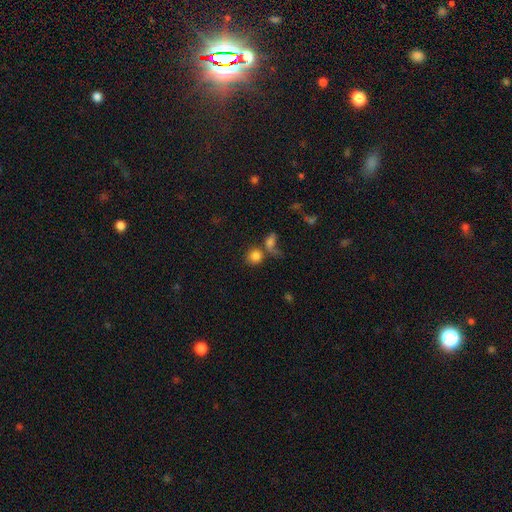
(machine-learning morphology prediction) smooth 80%, star or artifact 10%, featured or disk 9%. Down the decision tree: how rounded — round (82%); merging — none (42%).